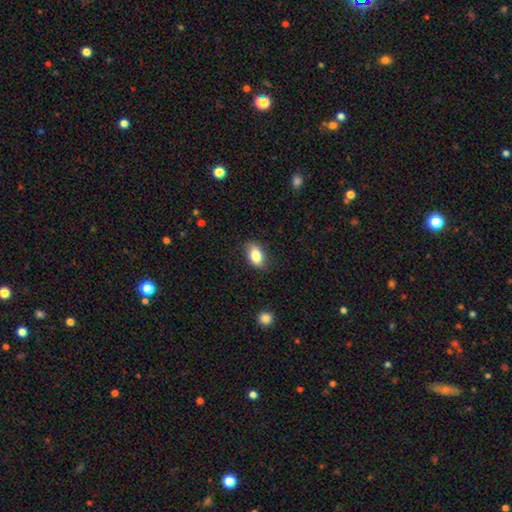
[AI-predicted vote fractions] Overall: smooth (83%). How rounded: in between (89%). Merging: none (83%).